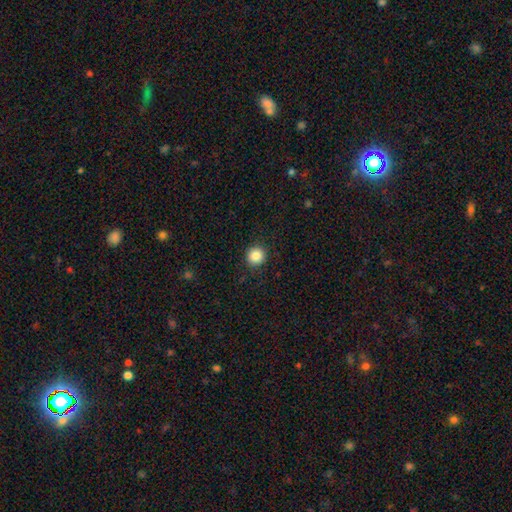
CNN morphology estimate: type=smooth (85%); roundness=round (94%); merging=none (91%).